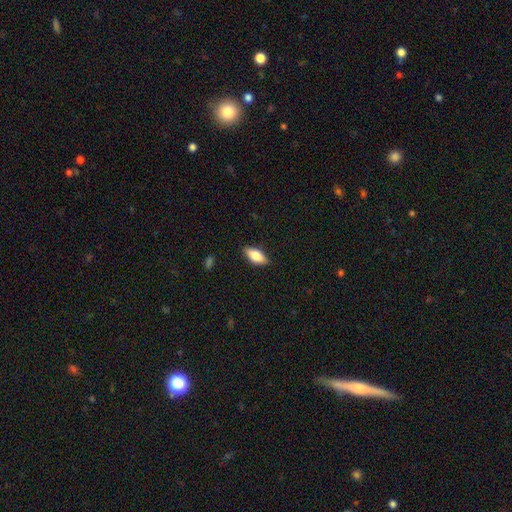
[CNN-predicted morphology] Smooth or featured?
  - smooth: 77% *
  - featured or disk: 16%
  - star or artifact: 7%
How rounded?
  - in between: 84% *
  - cigar-shaped: 13%
  - round: 3%
Merging?
  - none: 86% *
  - minor disturbance: 11%
  - major disturbance: 2%
  - merger: 1%